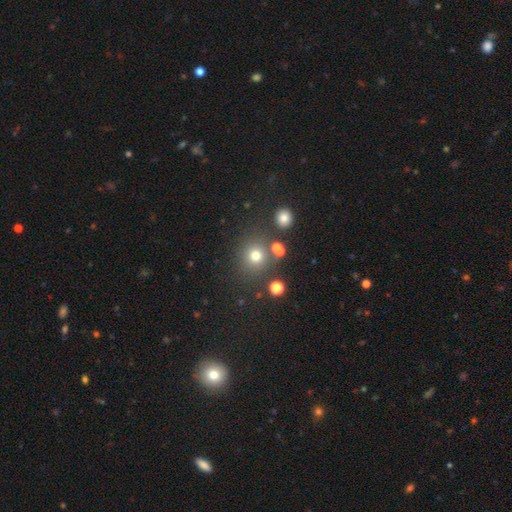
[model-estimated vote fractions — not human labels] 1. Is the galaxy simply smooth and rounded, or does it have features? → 73% smooth, 19% star or artifact, 8% featured or disk.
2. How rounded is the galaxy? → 89% round, 10% in between, 1% cigar-shaped.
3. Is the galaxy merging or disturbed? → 77% none, 9% merger, 9% minor disturbance, 4% major disturbance.